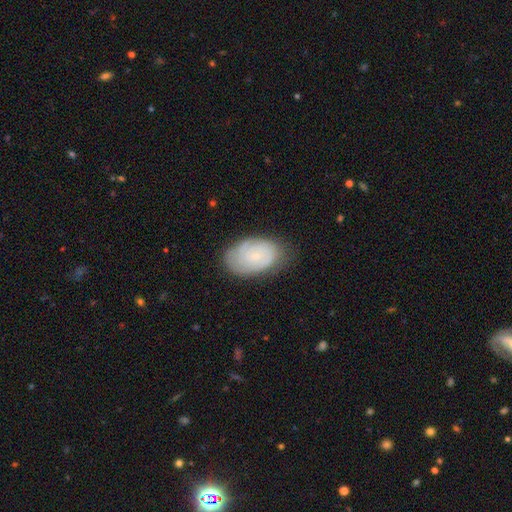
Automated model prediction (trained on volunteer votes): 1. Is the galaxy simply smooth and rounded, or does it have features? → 57% featured or disk, 36% smooth, 7% star or artifact.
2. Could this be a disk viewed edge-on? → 96% no, 4% yes.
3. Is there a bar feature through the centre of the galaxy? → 79% no, 19% weak, 3% strong.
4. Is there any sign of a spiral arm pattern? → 81% yes, 19% no.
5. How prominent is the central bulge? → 81% small, 12% moderate, 5% none, 1% large, 1% dominant.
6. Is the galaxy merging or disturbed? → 74% none, 19% minor disturbance, 5% major disturbance, 1% merger.